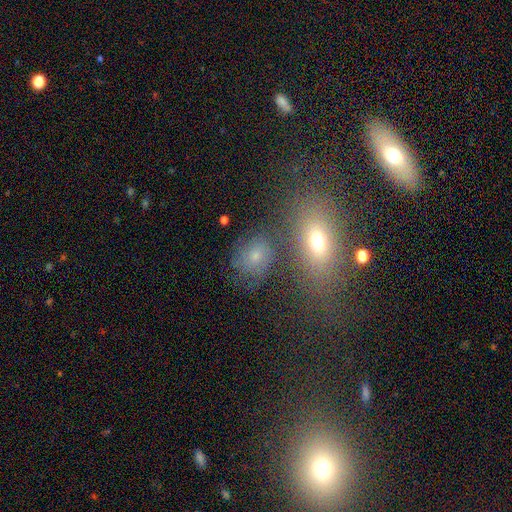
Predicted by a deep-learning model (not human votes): This appears to be a smooth galaxy with no disk features (60%) that is in between round and cigar-shaped (58%). Merging: none (61%).